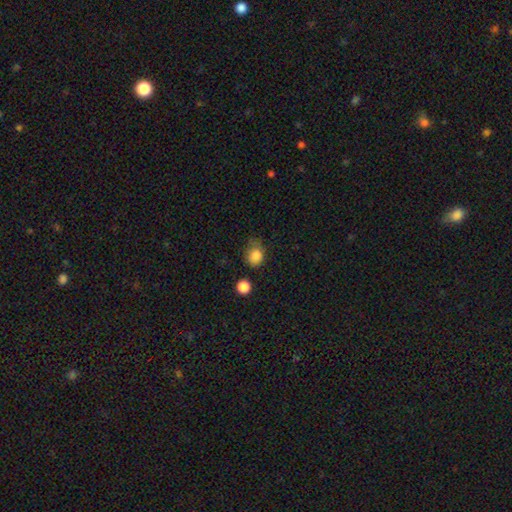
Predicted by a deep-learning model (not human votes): smooth-or-featured: smooth: 84% | star or artifact: 10% | featured or disk: 6%
  how-rounded: round: 56% | in between: 43% | cigar-shaped: 1%
  merging: none: 50% | minor disturbance: 34% | major disturbance: 12% | merger: 4%